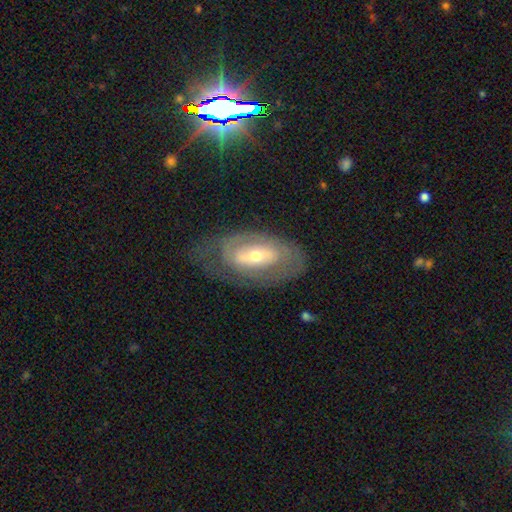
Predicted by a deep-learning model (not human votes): A featured or disk galaxy (68%) with no bar (45%), no spiral arms (52%) and a moderate central bulge (57%). Merging: none (63%).